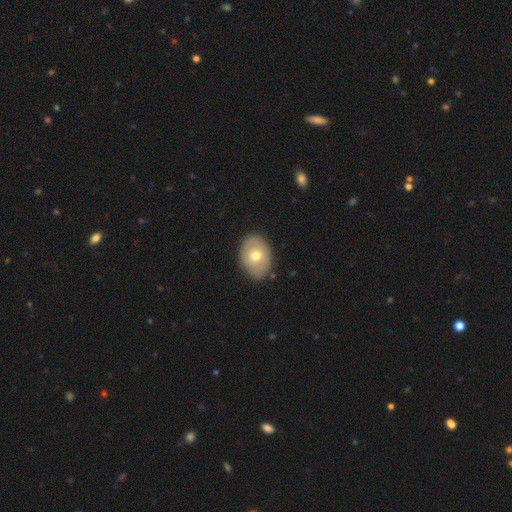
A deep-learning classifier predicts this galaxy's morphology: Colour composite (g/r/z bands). It shows a smooth galaxy with no disk features (65%) that is in between round and cigar-shaped (75%). Merging: none (81%).